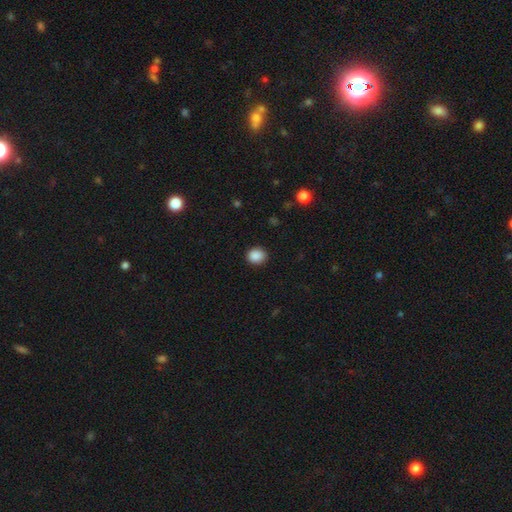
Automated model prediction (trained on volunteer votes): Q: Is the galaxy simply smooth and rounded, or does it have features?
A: smooth — 89%.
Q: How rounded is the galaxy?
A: round — 68%.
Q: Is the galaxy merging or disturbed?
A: none — 89%.